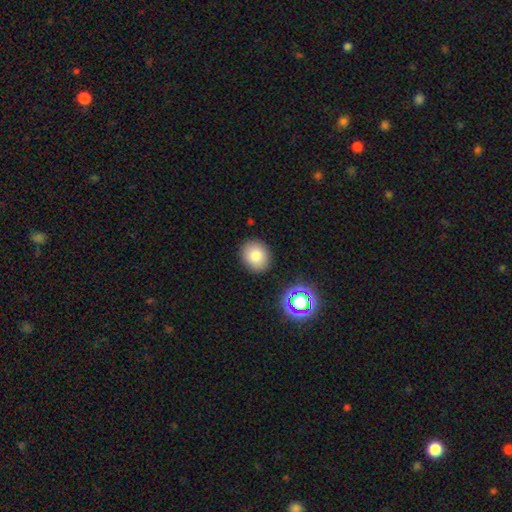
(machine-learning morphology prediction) Smooth or featured? smooth (81%)
How rounded? round (68%)
Merging? none (88%)